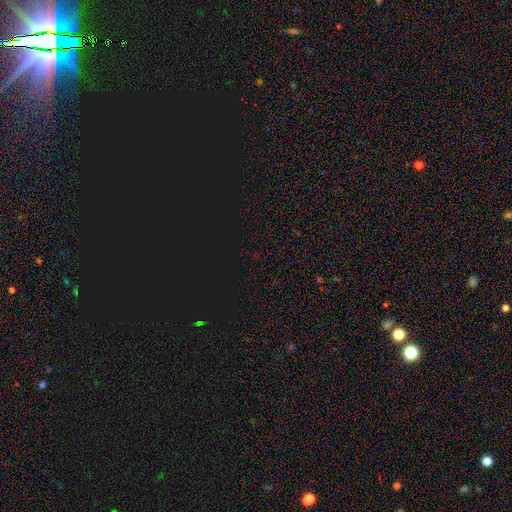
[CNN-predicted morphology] Smooth or featured?
  - star or artifact: 79% *
  - smooth: 15%
  - featured or disk: 6%